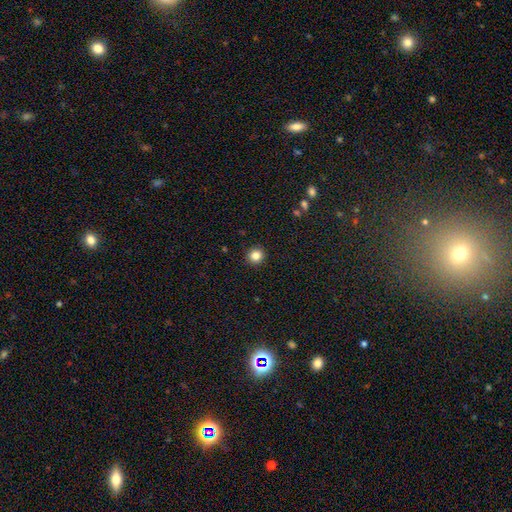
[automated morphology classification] smooth-or-featured: smooth: 84% | star or artifact: 11% | featured or disk: 5%
  how-rounded: round: 92% | in between: 7% | cigar-shaped: 1%
  merging: none: 93% | minor disturbance: 5% | major disturbance: 2% | merger: 1%